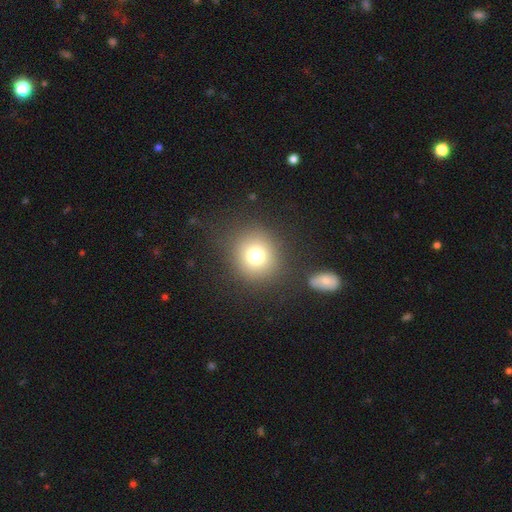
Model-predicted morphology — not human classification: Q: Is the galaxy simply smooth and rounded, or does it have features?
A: smooth — 76%.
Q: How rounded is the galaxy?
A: round — 87%.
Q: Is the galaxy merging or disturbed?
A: none — 83%.